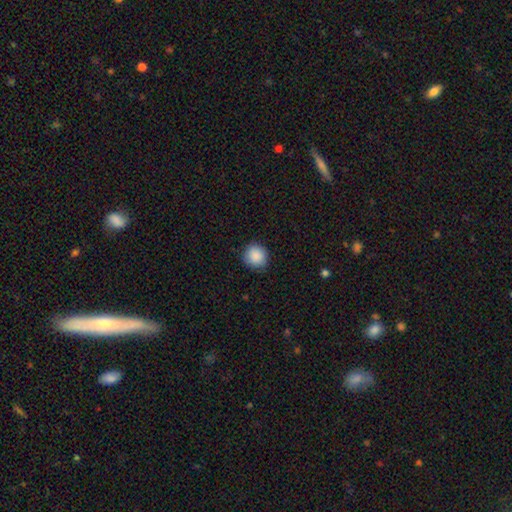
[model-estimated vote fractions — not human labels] Smooth or featured? smooth (89%)
How rounded? round (91%)
Merging? none (88%)